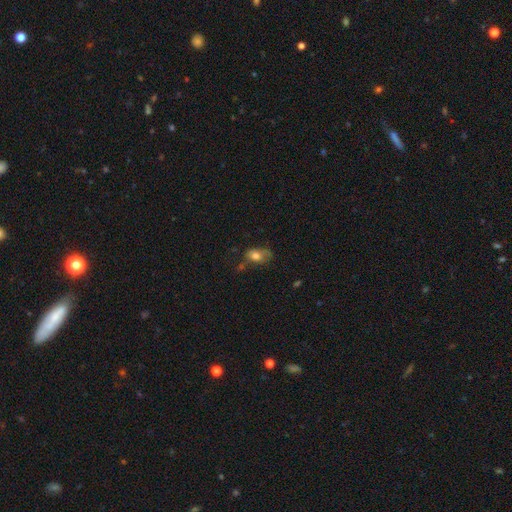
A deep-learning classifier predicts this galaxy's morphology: Smooth or featured: smooth — 69% (featured or disk — 22%)
How rounded: in between — 81% (round — 17%)
Merging: none — 34% (minor disturbance — 32%)